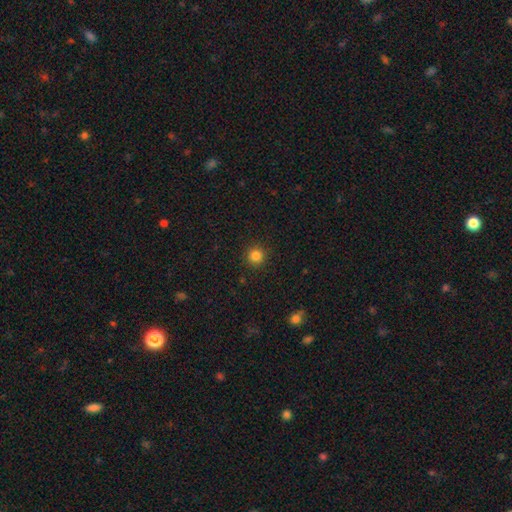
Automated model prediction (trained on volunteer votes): This is clearly a smooth galaxy (84%). How rounded: clearly round (95%). Merging: clearly none (91%).